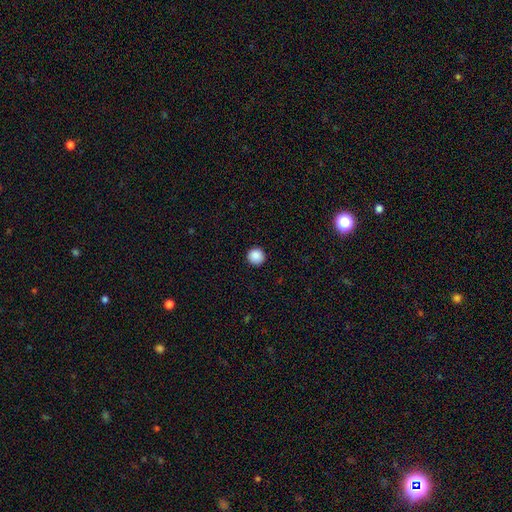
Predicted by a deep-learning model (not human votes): Smooth or featured: smooth — 88% (star or artifact — 9%)
How rounded: round — 95% (in between — 4%)
Merging: none — 93% (minor disturbance — 5%)